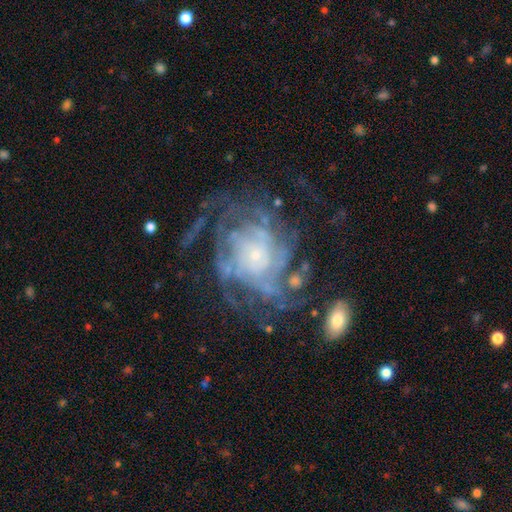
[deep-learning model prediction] This appears to be a featured or disk galaxy (85%) with no bar (79%), tight (58%) spiral arms (91%) and a small central bulge (75%). Merging: none (55%).